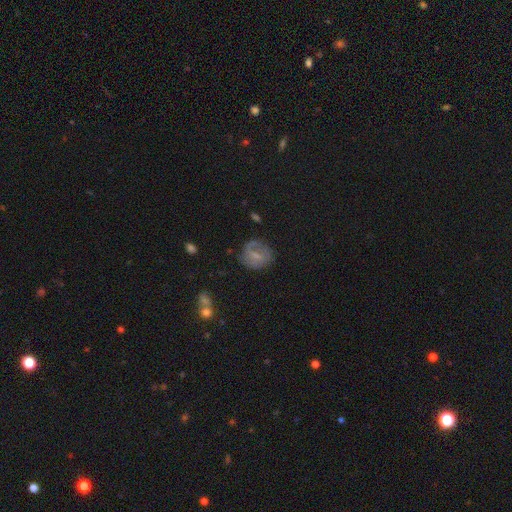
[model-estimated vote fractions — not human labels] A smooth galaxy with no disk features (48%). Merging: none (62%).